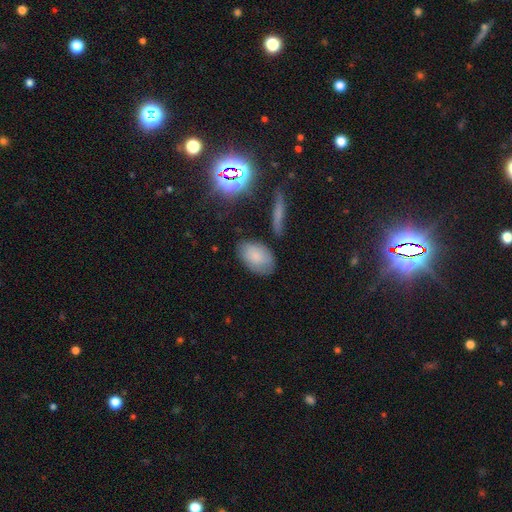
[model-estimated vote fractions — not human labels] smooth-or-featured: smooth: 79% | featured or disk: 13% | star or artifact: 8%
  how-rounded: in between: 91% | round: 8% | cigar-shaped: 2%
  merging: none: 74% | minor disturbance: 17% | major disturbance: 5% | merger: 4%